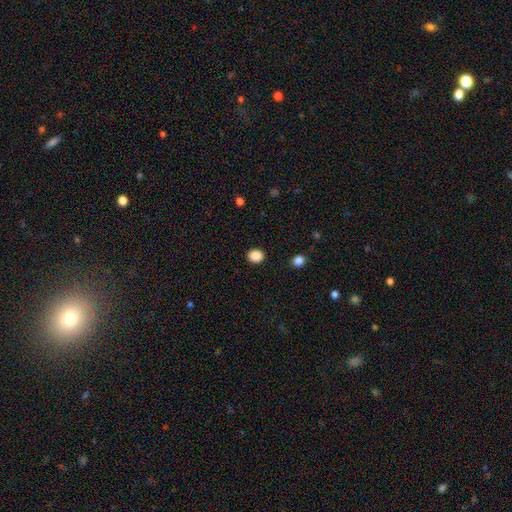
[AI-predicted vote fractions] smooth-or-featured: smooth: 88% | star or artifact: 9% | featured or disk: 3%
  how-rounded: round: 70% | in between: 29% | cigar-shaped: 1%
  merging: none: 91% | minor disturbance: 6% | major disturbance: 2% | merger: 1%